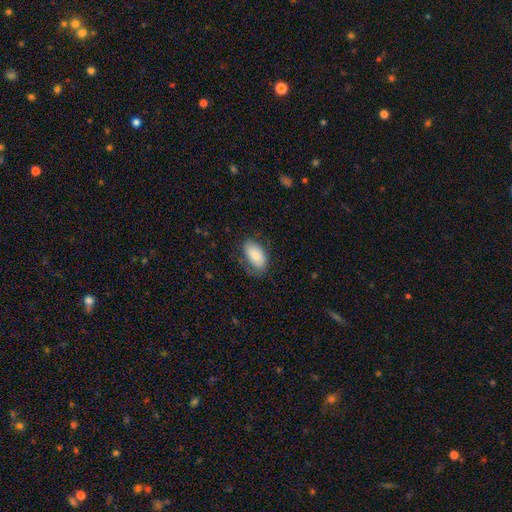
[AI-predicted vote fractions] Smooth or featured: smooth — 81% (featured or disk — 12%)
How rounded: in between — 94% (round — 4%)
Merging: none — 69% (minor disturbance — 23%)